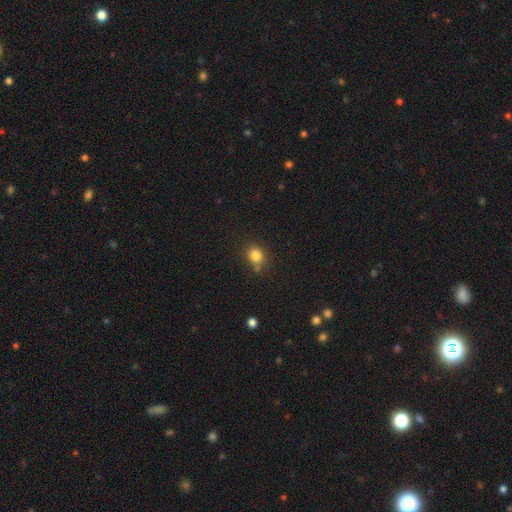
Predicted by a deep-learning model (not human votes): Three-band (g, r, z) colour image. It shows a smooth galaxy with no disk features (83%) that is round (71%). Merging: none (71%).